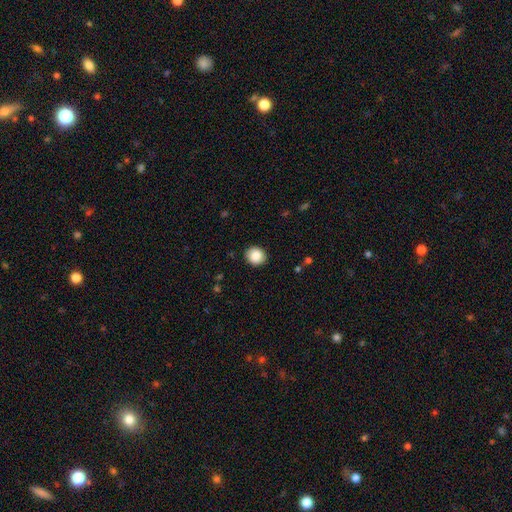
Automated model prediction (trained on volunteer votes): This is clearly a smooth galaxy (87%). How rounded: clearly round (80%). Merging: clearly none (89%).